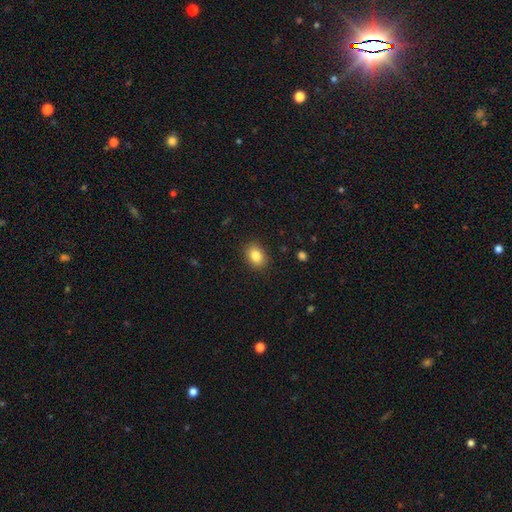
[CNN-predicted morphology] Smooth or featured? smooth (85%)
How rounded? in between (66%)
Merging? none (88%)